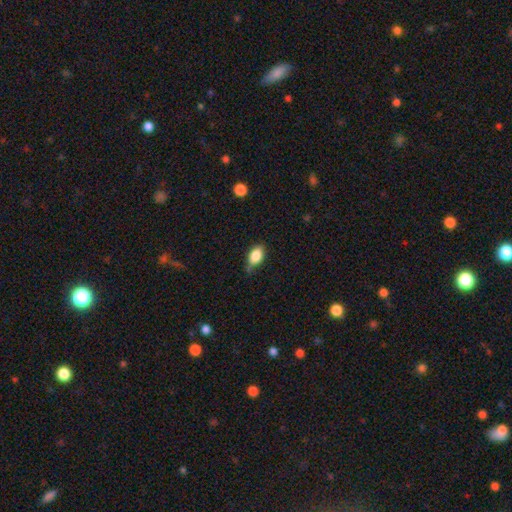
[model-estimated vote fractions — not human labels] Smooth or featured?
  - smooth: 83% *
  - featured or disk: 9%
  - star or artifact: 8%
How rounded?
  - in between: 85% *
  - round: 12%
  - cigar-shaped: 4%
Merging?
  - none: 61% *
  - minor disturbance: 30%
  - major disturbance: 6%
  - merger: 3%